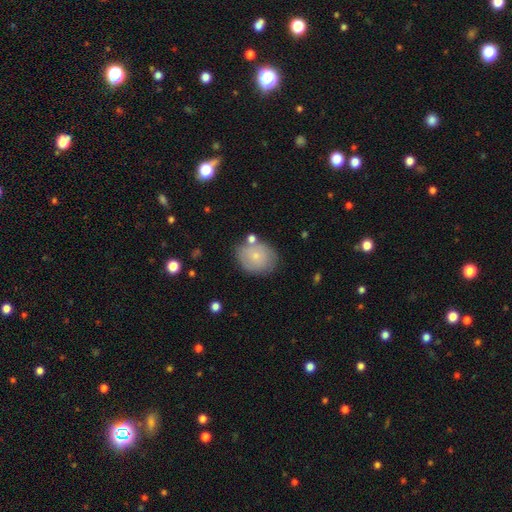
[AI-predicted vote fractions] A smooth galaxy with no disk features (70%) that is round (61%). Merging: none (70%).